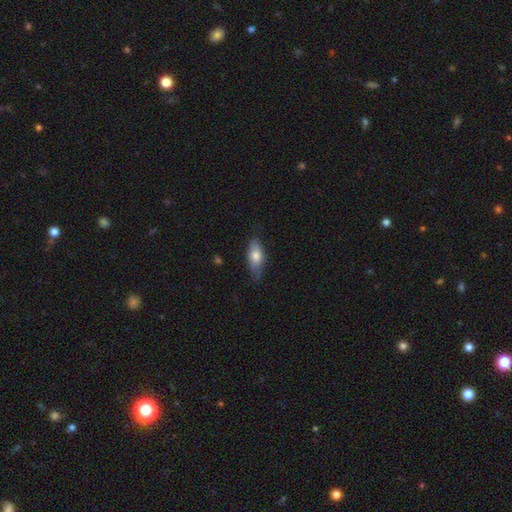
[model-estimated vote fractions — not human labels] Smooth or featured?
  - smooth: 73% *
  - featured or disk: 20%
  - star or artifact: 6%
How rounded?
  - in between: 78% *
  - cigar-shaped: 19%
  - round: 3%
Merging?
  - none: 71% *
  - minor disturbance: 24%
  - major disturbance: 4%
  - merger: 1%